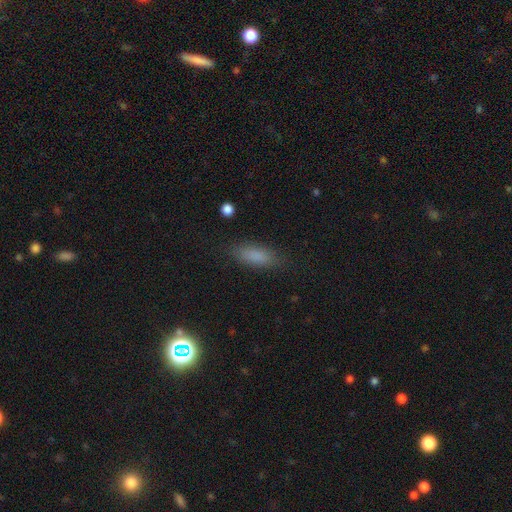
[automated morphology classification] smooth 82%, star or artifact 10%, featured or disk 8%. Down the decision tree: how rounded — in between (64%); merging — none (83%).